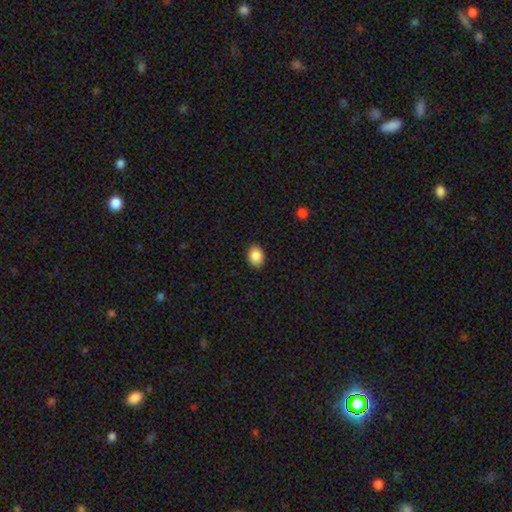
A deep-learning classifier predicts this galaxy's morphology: This appears to be a smooth galaxy with no disk features (88%) that is in between round and cigar-shaped (67%). Merging: none (89%).